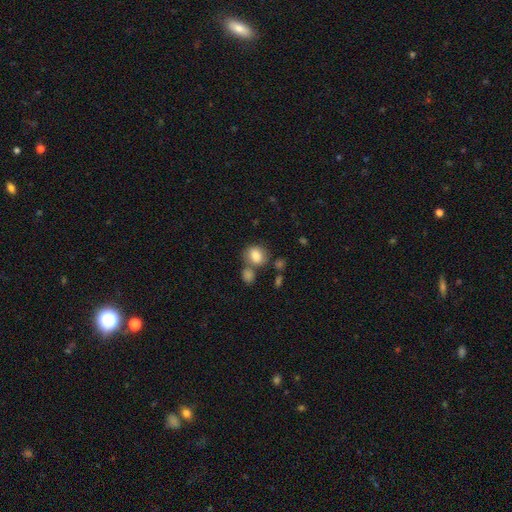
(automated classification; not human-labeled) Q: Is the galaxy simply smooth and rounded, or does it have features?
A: smooth — 83%.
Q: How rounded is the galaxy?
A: round — 53%.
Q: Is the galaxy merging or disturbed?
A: none — 56%.